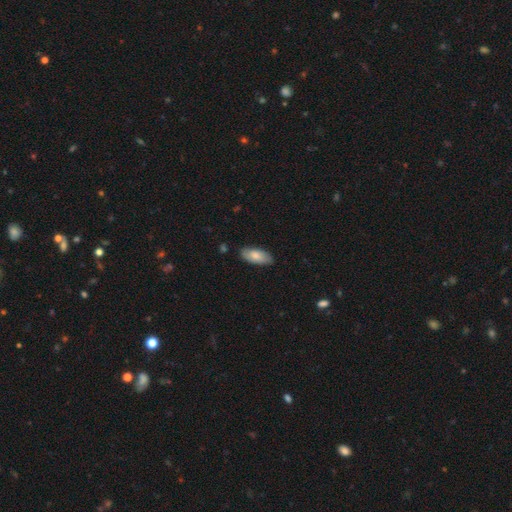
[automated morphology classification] A smooth galaxy with no disk features (80%) that is in between round and cigar-shaped (88%). Merging: none (82%).